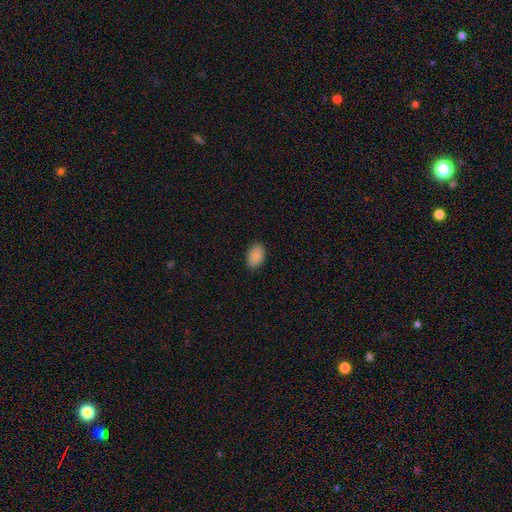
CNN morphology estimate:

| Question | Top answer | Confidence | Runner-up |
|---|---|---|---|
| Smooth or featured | smooth | 90% | star or artifact (7%) |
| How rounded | in between | 92% | round (7%) |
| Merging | none | 88% | minor disturbance (9%) |